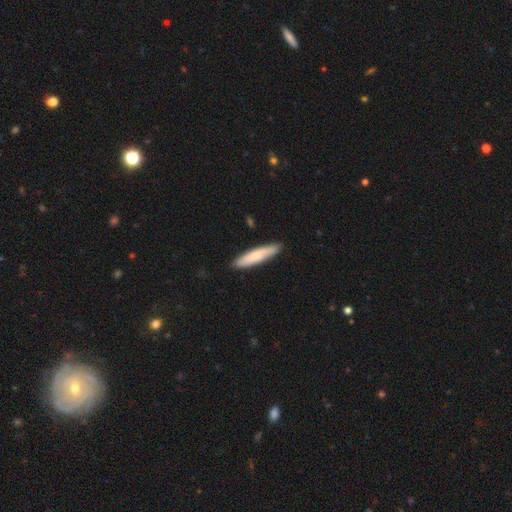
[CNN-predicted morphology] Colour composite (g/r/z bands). It shows a smooth galaxy with no disk features (73%) that is cigar-shaped (82%). Merging: none (86%).